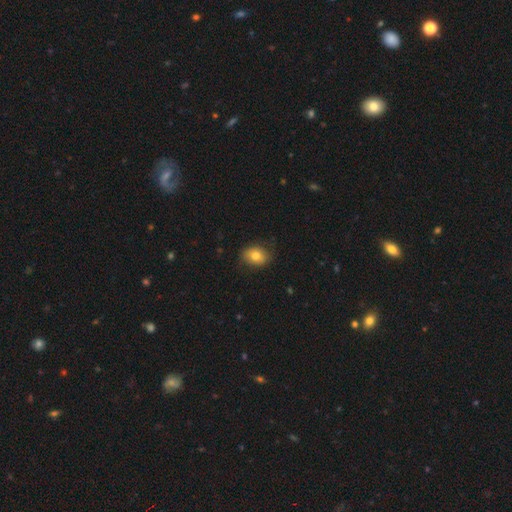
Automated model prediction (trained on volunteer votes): smooth_or_featured: smooth (p=0.77) [alt: featured or disk p=0.14]
how_rounded: in between (p=0.61) [alt: round p=0.38]
merging: none (p=0.78) [alt: minor disturbance p=0.17]